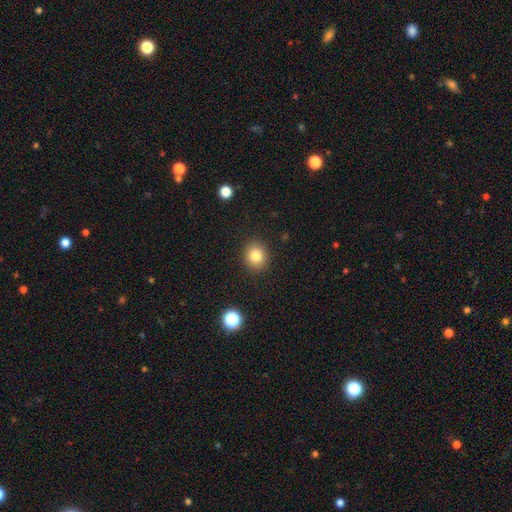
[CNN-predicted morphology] smooth 82%, star or artifact 11%, featured or disk 7%. Down the decision tree: how rounded — round (79%); merging — none (89%).